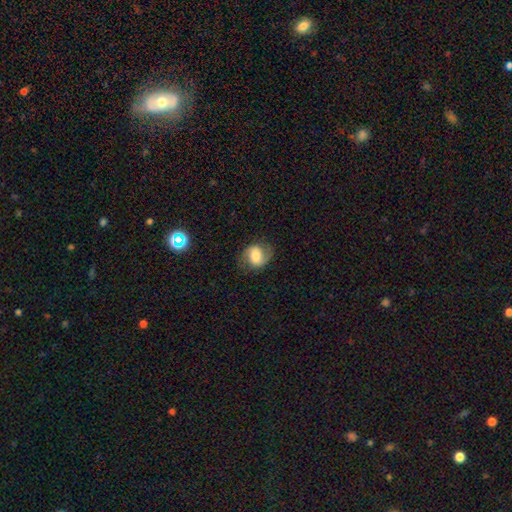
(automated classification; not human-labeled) The model was most divided on "bar": weak: 45%, no: 33%, strong: 23%. Remaining: edge-on disk — no (97%); spiral arms — yes (87%); merging — none (75%); smooth or featured — featured or disk (53%); bulge size — moderate (46%).